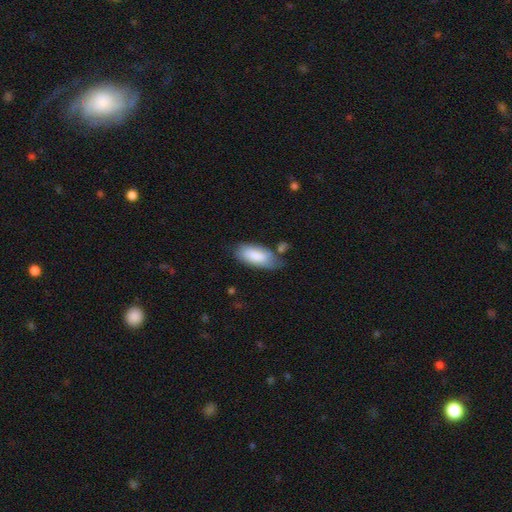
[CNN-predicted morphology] smooth_or_featured: smooth (p=0.83) [alt: featured or disk p=0.11]
how_rounded: in between (p=0.88) [alt: cigar-shaped p=0.10]
merging: none (p=0.52) [alt: minor disturbance p=0.31]